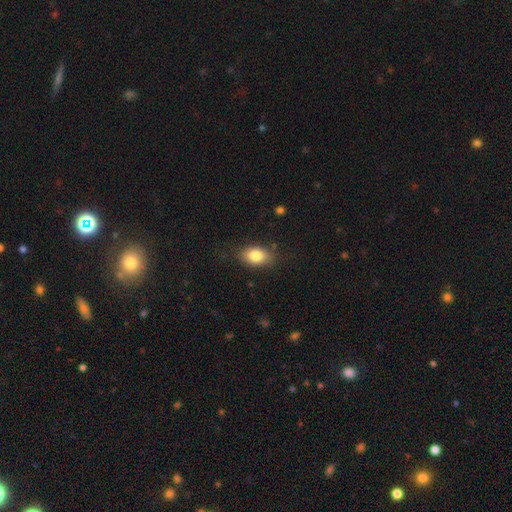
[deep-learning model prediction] The model was most divided on "merging": none: 79%, minor disturbance: 16%, major disturbance: 4%, merger: 1%. More confident: how rounded — in between (86%); smooth or featured — smooth (83%).